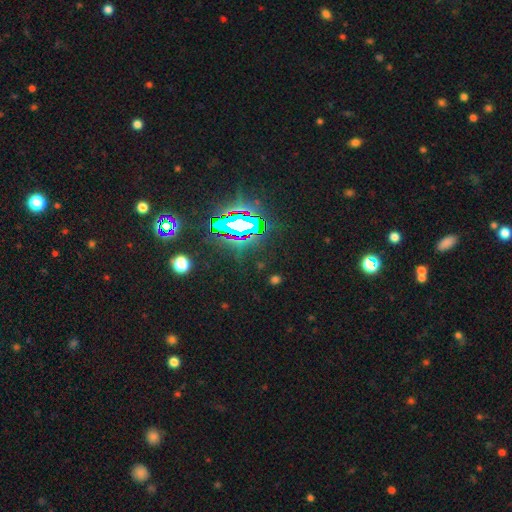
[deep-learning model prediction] smooth_or_featured: star or artifact (p=0.82) [alt: smooth p=0.10]